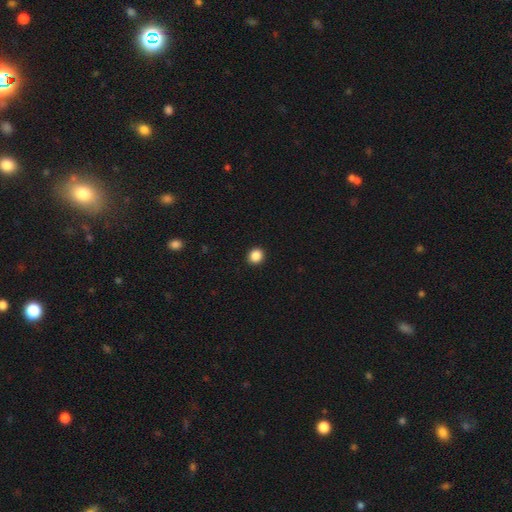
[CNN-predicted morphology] smooth 87%, star or artifact 10%, featured or disk 3%. Down the decision tree: how rounded — round (80%); merging — none (93%).